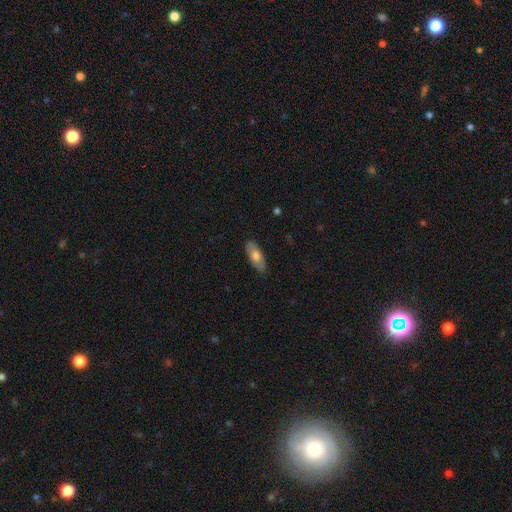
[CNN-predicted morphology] Smooth or featured? Predicted: smooth (p=0.68). How rounded? Predicted: in between (p=0.83). Merging? Predicted: none (p=0.86).